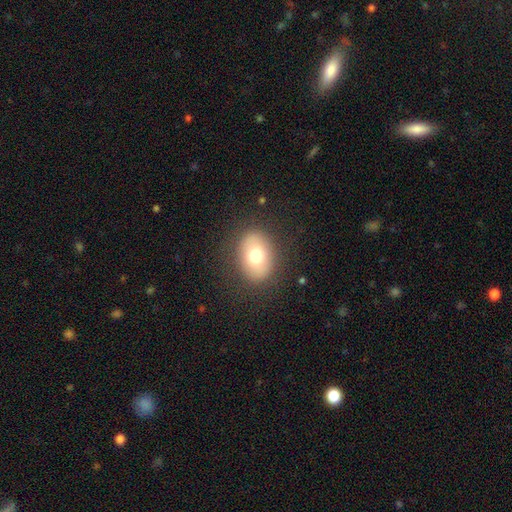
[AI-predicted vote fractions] This appears to be a smooth galaxy with no disk features (72%) that is in between round and cigar-shaped (67%). Merging: none (84%).